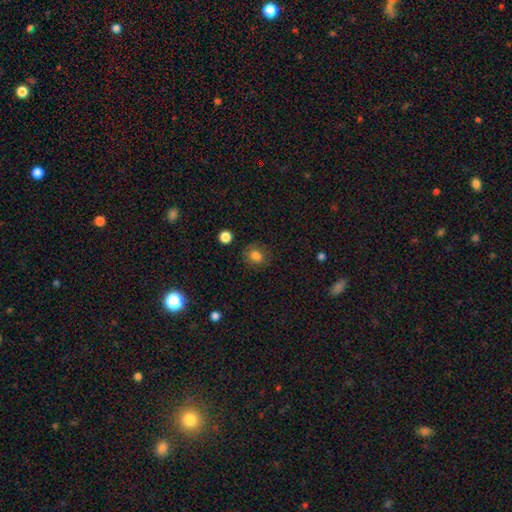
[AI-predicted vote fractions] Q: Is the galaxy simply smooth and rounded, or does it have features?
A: smooth — 82%.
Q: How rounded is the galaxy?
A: round — 74%.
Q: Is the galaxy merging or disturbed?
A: none — 80%.